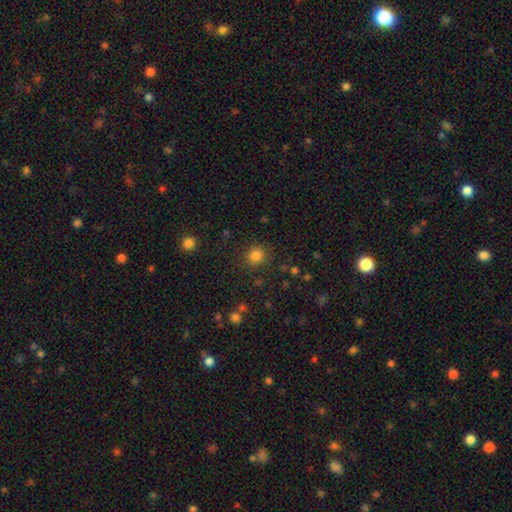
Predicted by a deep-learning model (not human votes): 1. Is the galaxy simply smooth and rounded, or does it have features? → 82% smooth, 13% star or artifact, 5% featured or disk.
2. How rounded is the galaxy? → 87% round, 12% in between, 1% cigar-shaped.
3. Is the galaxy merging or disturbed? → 87% none, 8% minor disturbance, 3% major disturbance, 2% merger.